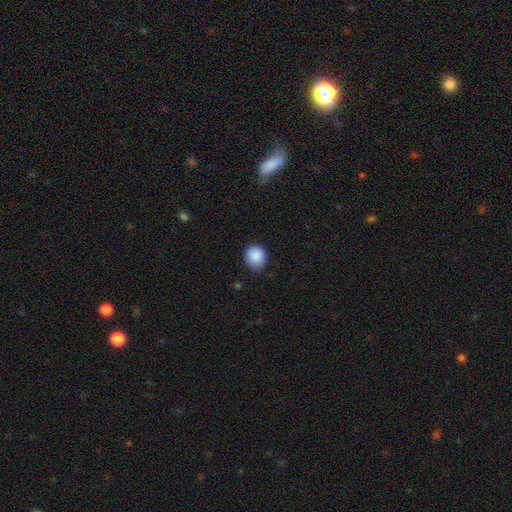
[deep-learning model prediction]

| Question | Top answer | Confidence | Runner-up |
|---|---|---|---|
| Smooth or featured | smooth | 88% | star or artifact (8%) |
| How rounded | round | 74% | in between (25%) |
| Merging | none | 78% | minor disturbance (18%) |